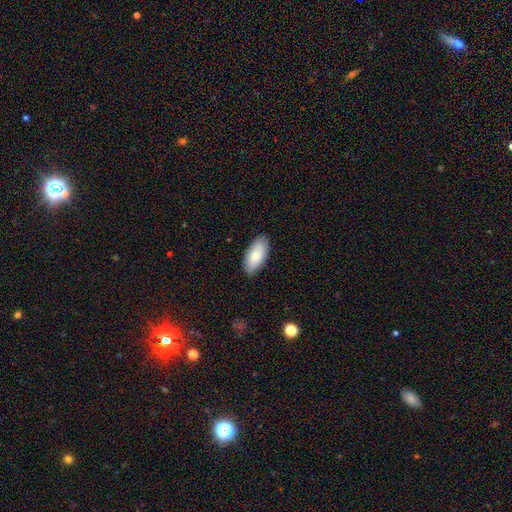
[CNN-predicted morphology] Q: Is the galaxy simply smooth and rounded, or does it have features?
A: smooth — 77%.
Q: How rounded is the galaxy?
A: in between — 92%.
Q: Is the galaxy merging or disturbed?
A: none — 86%.